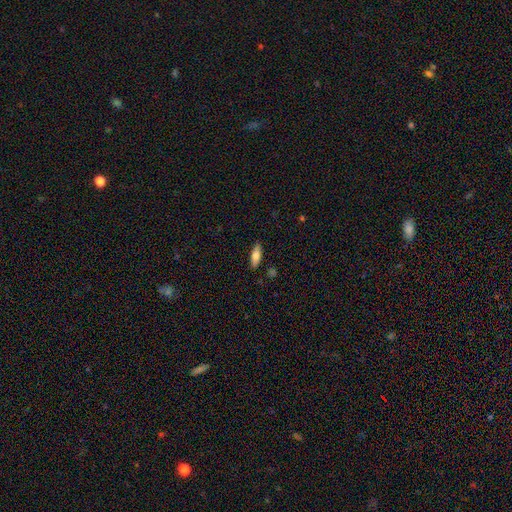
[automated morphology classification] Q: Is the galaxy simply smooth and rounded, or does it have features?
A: smooth — 67%.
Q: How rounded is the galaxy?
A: in between — 59%.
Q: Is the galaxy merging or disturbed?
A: none — 86%.